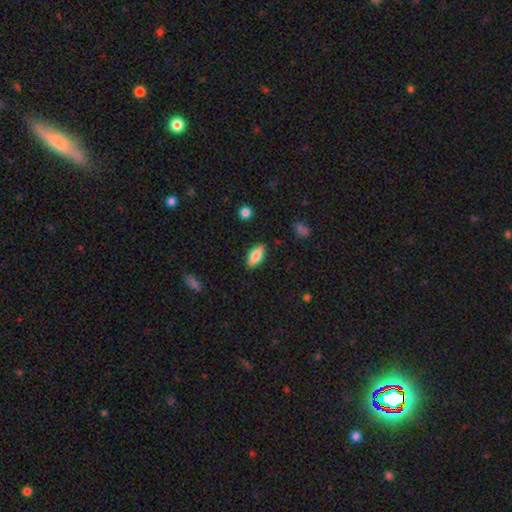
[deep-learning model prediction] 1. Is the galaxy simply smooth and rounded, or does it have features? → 69% smooth, 24% featured or disk, 7% star or artifact.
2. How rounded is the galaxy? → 74% in between, 23% cigar-shaped, 3% round.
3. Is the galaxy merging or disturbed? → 87% none, 10% minor disturbance, 2% major disturbance, 1% merger.